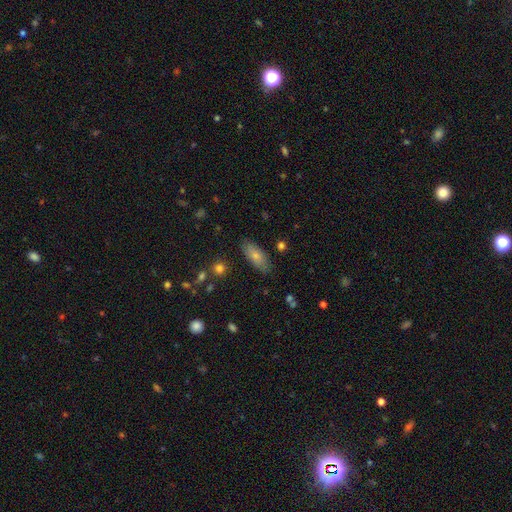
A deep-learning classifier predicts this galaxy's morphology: Smooth or featured: smooth — 76% (featured or disk — 16%)
How rounded: in between — 81% (cigar-shaped — 16%)
Merging: none — 82% (minor disturbance — 13%)